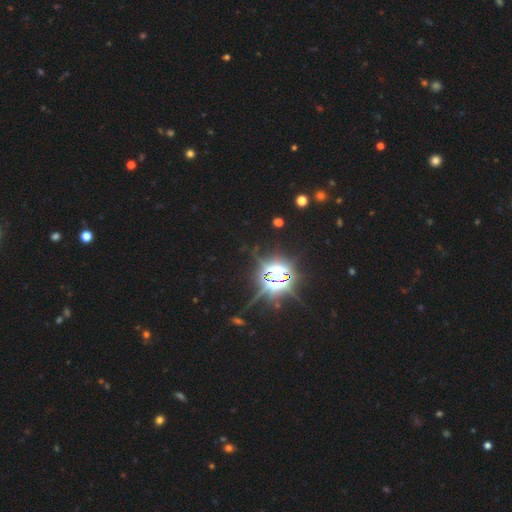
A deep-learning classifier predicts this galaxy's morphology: type=star or artifact (86%).